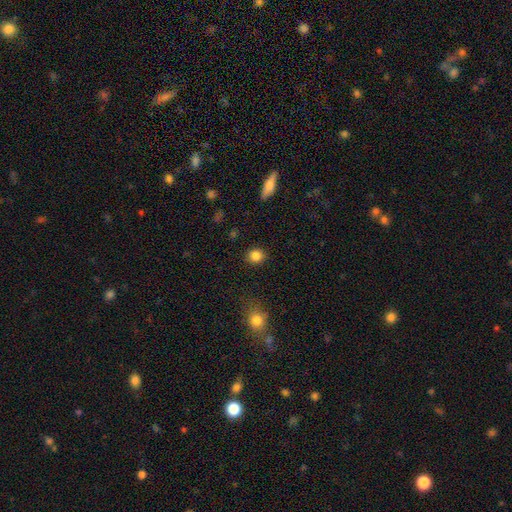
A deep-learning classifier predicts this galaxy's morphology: A smooth galaxy with no disk features (85%) that is round (81%). Merging: none (89%).